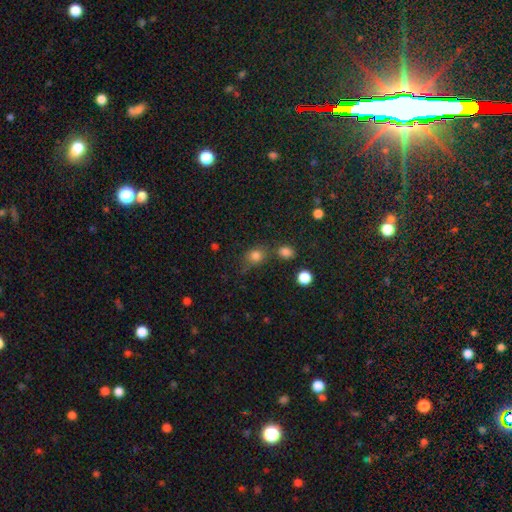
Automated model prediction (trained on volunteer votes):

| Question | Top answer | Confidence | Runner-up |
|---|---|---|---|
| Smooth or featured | smooth | 79% | star or artifact (14%) |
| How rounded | round | 61% | in between (38%) |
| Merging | none | 63% | minor disturbance (19%) |